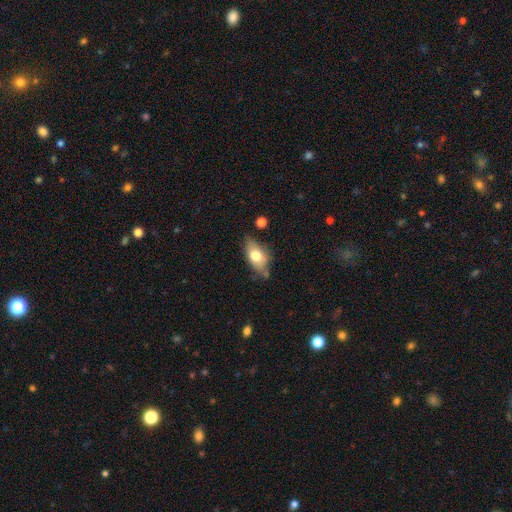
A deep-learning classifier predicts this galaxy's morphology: A smooth galaxy with no disk features (69%) that is in between round and cigar-shaped (87%).

Vote fractions:
- Smooth or featured? smooth: 69% / featured or disk: 24% / star or artifact: 7%
- How rounded? in between: 87% / cigar-shaped: 7% / round: 6%
- Merging? none: 64% / minor disturbance: 25% / major disturbance: 6% / merger: 5%